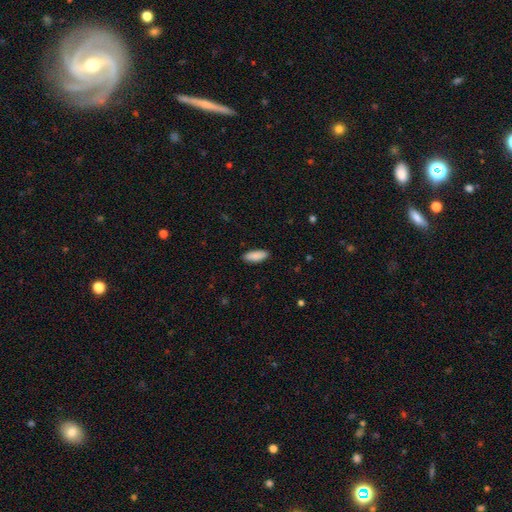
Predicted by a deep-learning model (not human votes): A smooth galaxy with no disk features (90%) that is in between round and cigar-shaped (76%). Merging: none (89%).